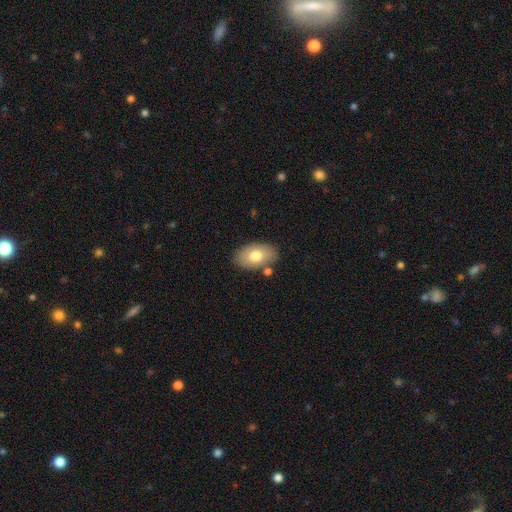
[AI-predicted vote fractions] Morphology: type=smooth (73%); roundness=in between (92%); merging=none (79%).